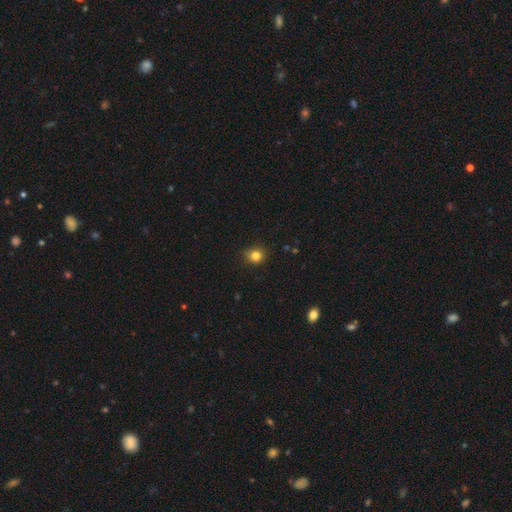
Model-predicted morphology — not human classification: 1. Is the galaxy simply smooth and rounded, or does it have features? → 82% smooth, 12% star or artifact, 5% featured or disk.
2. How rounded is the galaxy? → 78% round, 21% in between, 1% cigar-shaped.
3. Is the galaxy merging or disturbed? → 86% none, 11% minor disturbance, 2% major disturbance, 1% merger.